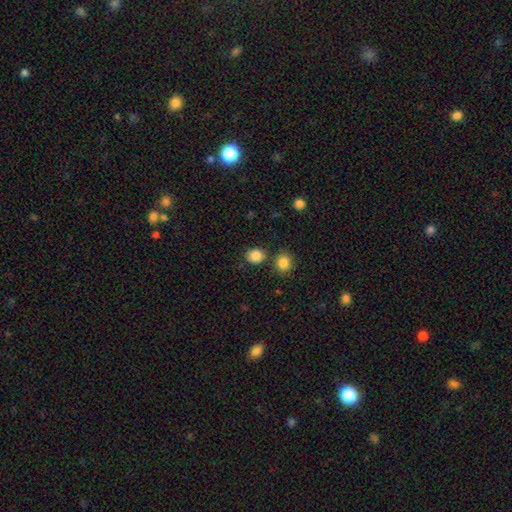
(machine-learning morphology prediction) A smooth galaxy with no disk features (86%) that is round (71%). Merging: none (78%).